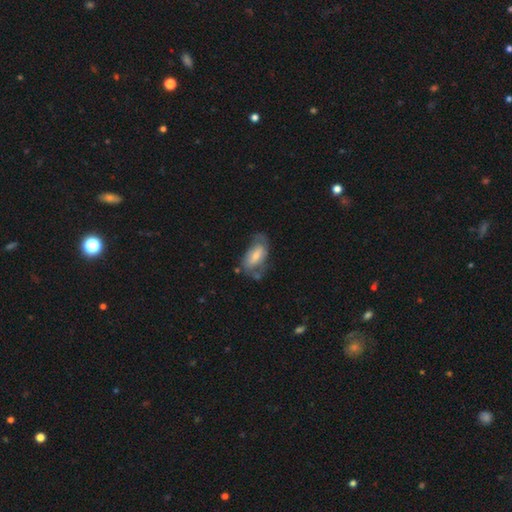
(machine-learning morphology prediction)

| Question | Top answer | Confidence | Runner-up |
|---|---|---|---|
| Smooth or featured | smooth | 49% | featured or disk (45%) |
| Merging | none | 48% | minor disturbance (29%) |